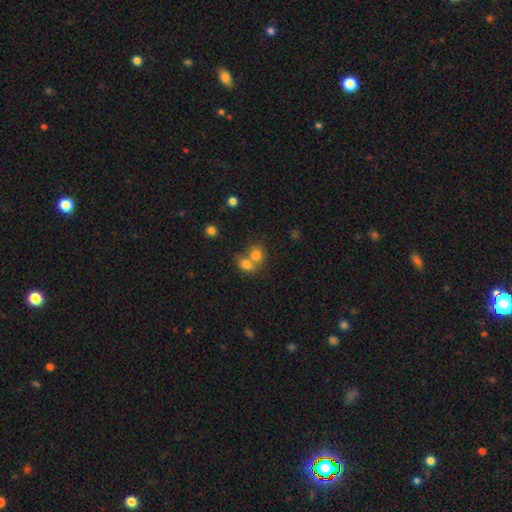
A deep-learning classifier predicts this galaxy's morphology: Overall: smooth (76%). How rounded: round (63%; in between 36%). Merging: merger (62%; none 29%).